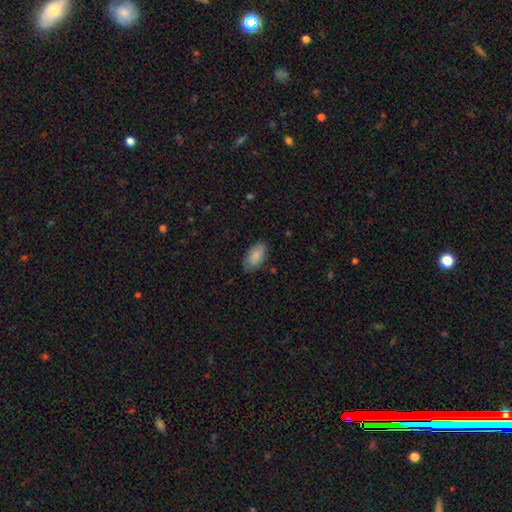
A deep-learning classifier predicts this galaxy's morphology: Smooth or featured: smooth — 85% (featured or disk — 9%)
How rounded: in between — 94% (round — 3%)
Merging: none — 82% (minor disturbance — 15%)